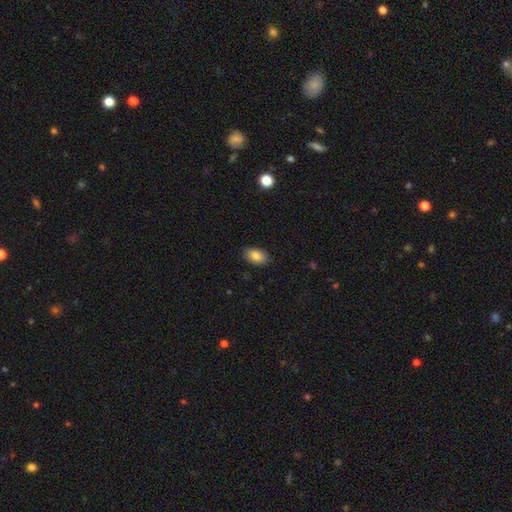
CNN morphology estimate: This is clearly a smooth galaxy (83%). How rounded: clearly in between (90%). Merging: clearly none (85%).